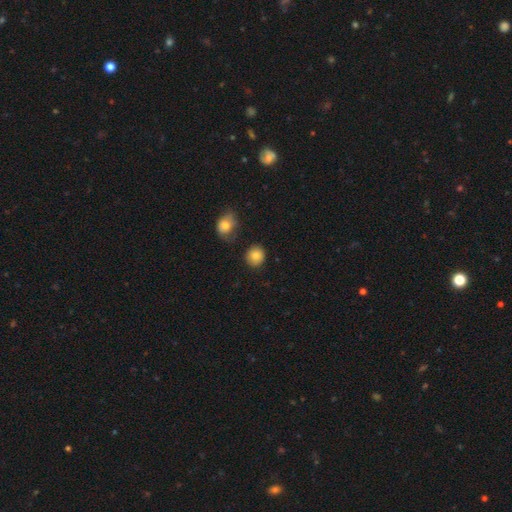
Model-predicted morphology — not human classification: A smooth galaxy with no disk features (83%) that is round (83%).

Vote fractions:
- Smooth or featured? smooth: 83% / star or artifact: 10% / featured or disk: 7%
- How rounded? round: 83% / in between: 16% / cigar-shaped: 1%
- Merging? none: 80% / minor disturbance: 12% / merger: 5% / major disturbance: 3%